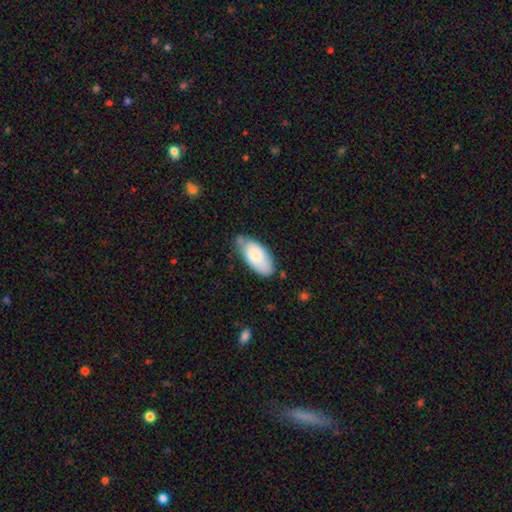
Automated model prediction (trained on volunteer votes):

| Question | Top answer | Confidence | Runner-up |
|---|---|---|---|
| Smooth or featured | smooth | 74% | featured or disk (20%) |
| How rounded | in between | 92% | cigar-shaped (6%) |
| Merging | none | 60% | minor disturbance (30%) |